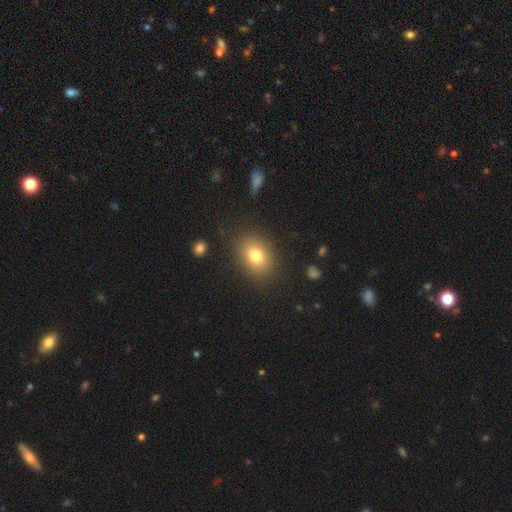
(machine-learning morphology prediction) type=smooth (78%); roundness=in between (59%); merging=none (86%).